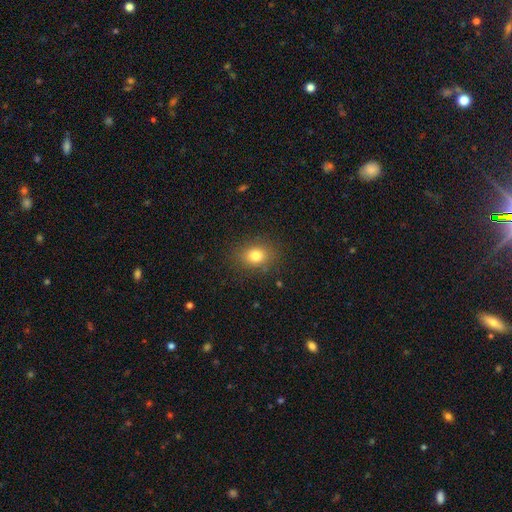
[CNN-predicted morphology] smooth 80%, star or artifact 11%, featured or disk 8%. Down the decision tree: how rounded — in between (57%); merging — none (85%).